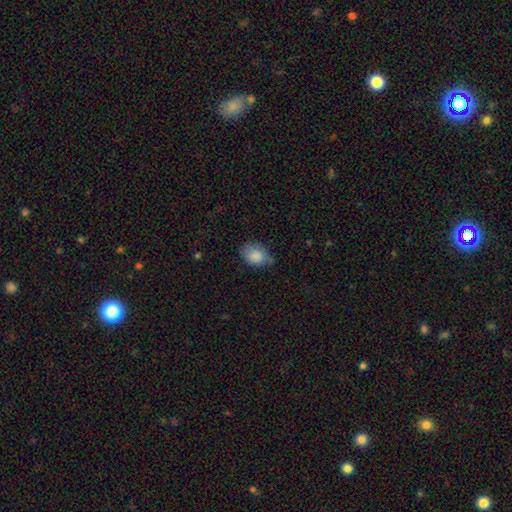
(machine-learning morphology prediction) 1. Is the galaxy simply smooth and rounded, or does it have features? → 87% smooth, 7% star or artifact, 6% featured or disk.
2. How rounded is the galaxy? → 71% in between, 28% round, 1% cigar-shaped.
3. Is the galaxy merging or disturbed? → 62% none, 30% minor disturbance, 5% major disturbance, 3% merger.